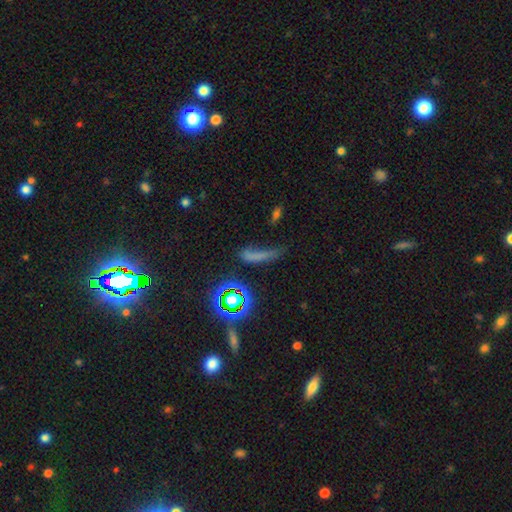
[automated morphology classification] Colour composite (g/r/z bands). It shows a smooth galaxy with no disk features (53%) that is cigar-shaped (68%). Merging: none (45%).